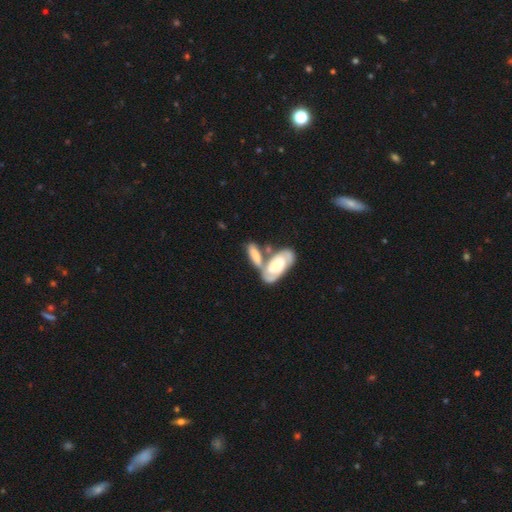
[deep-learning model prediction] This appears to be a featured or disk galaxy (50%). Merging: merger (58%).